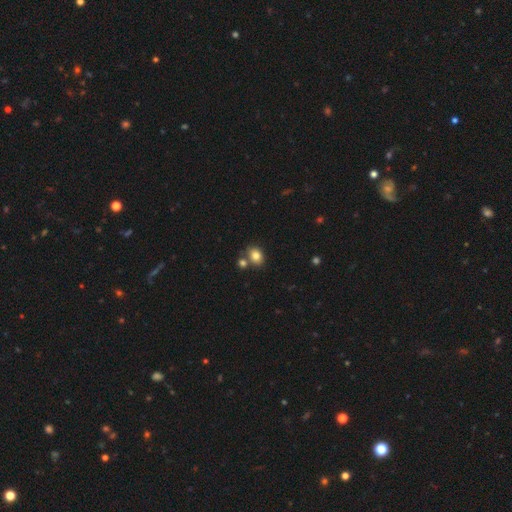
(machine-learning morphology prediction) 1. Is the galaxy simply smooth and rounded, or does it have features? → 81% smooth, 10% star or artifact, 8% featured or disk.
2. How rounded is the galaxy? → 58% in between, 41% round, 1% cigar-shaped.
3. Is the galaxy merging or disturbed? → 64% none, 21% merger, 11% minor disturbance, 3% major disturbance.